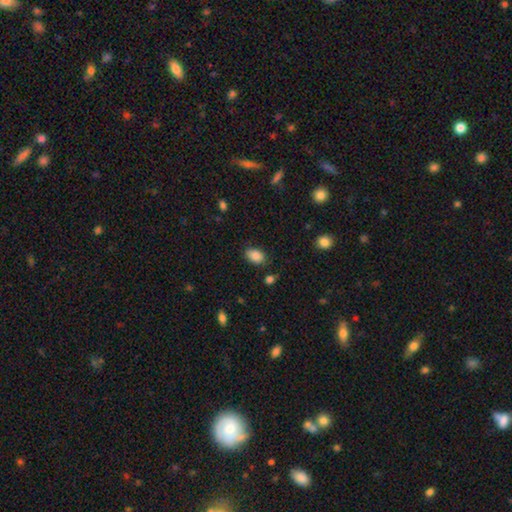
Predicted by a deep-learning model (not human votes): smooth 86%, star or artifact 8%, featured or disk 6%. Down the decision tree: how rounded — in between (84%); merging — none (79%).